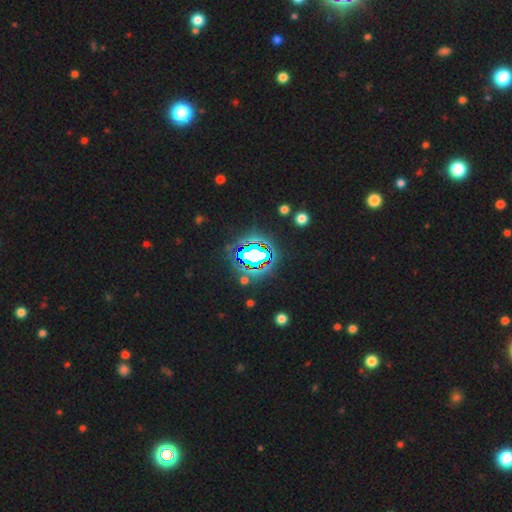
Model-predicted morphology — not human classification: A star or artifact, not a galaxy (80%).

Vote fractions:
- Smooth or featured? star or artifact: 80% / smooth: 11% / featured or disk: 8%